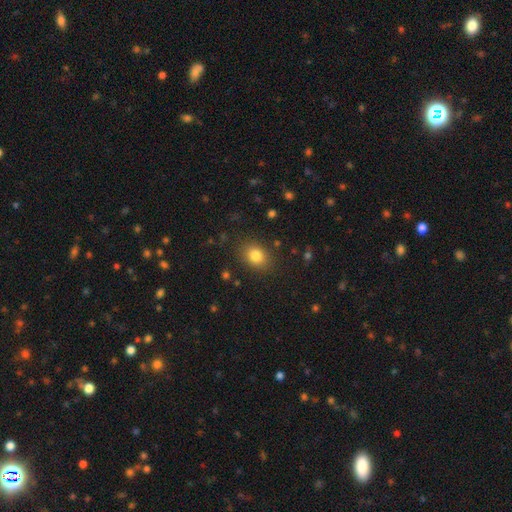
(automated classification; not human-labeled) Overall: smooth (81%). How rounded: in between (59%; round 40%). Merging: none (85%).